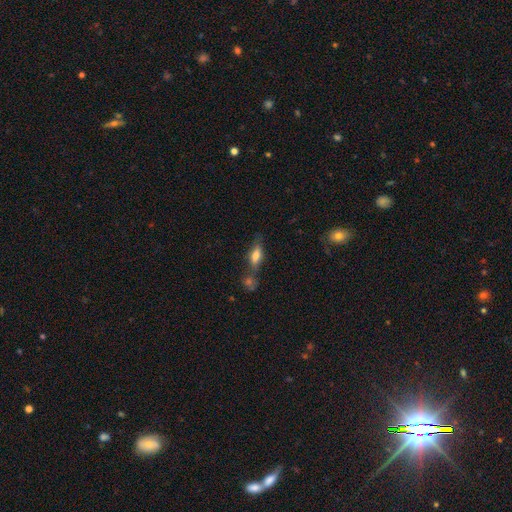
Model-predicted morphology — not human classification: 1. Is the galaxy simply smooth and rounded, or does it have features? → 66% smooth, 25% featured or disk, 9% star or artifact.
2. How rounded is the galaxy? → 64% in between, 32% cigar-shaped, 4% round.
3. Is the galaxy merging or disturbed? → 53% none, 22% merger, 17% minor disturbance, 7% major disturbance.